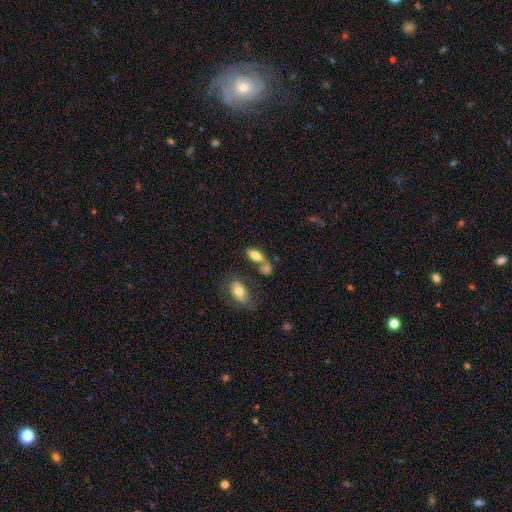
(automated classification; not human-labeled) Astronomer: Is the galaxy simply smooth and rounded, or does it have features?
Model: smooth — 73%.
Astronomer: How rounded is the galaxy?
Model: in between — 83%.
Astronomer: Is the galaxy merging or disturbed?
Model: none — 43% (runner-up: merger, 35%).